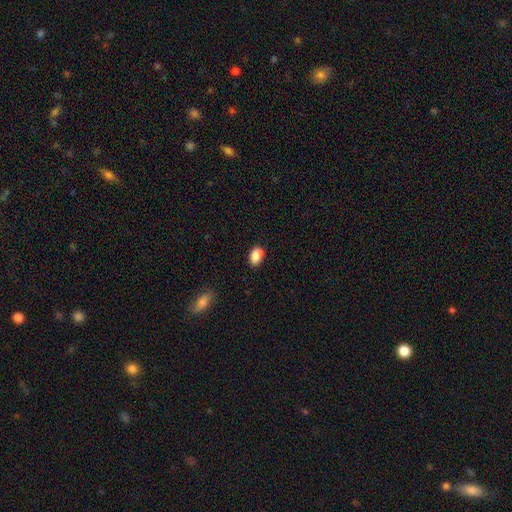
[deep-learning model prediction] This appears to be a smooth galaxy with no disk features (88%) that is in between round and cigar-shaped (86%). Merging: none (77%).